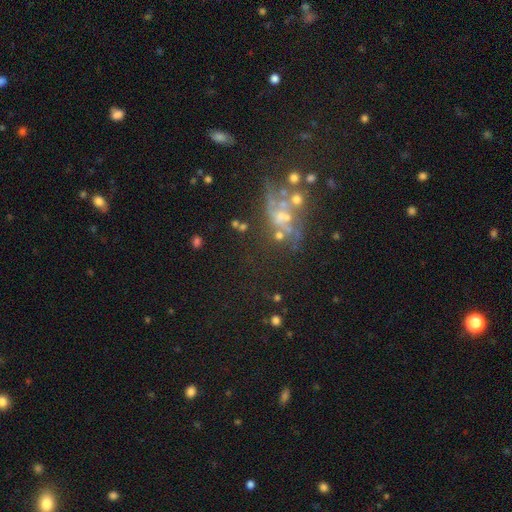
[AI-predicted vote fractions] This appears to be a star or artifact, not a galaxy (43%).